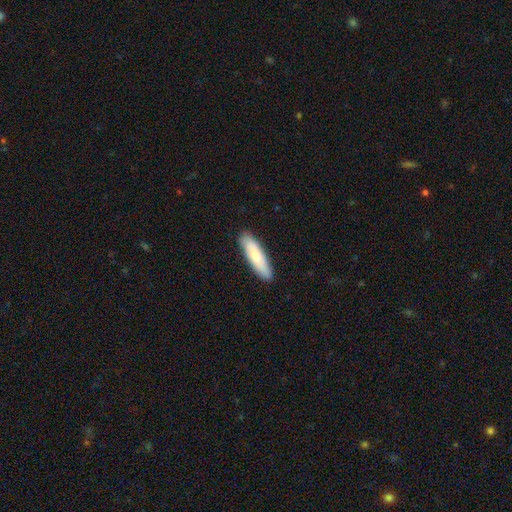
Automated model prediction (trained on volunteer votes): Smooth or featured: smooth — 78% (featured or disk — 17%)
How rounded: cigar-shaped — 69% (in between — 29%)
Merging: none — 89% (minor disturbance — 8%)